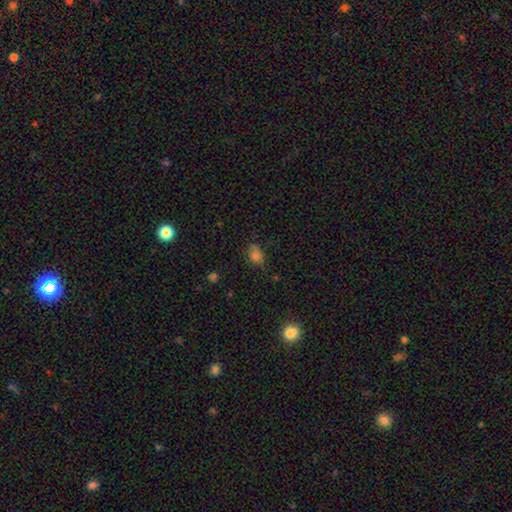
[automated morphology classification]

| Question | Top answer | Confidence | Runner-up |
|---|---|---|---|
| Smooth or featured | smooth | 77% | star or artifact (17%) |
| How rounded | in between | 70% | round (28%) |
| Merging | none | 63% | minor disturbance (28%) |